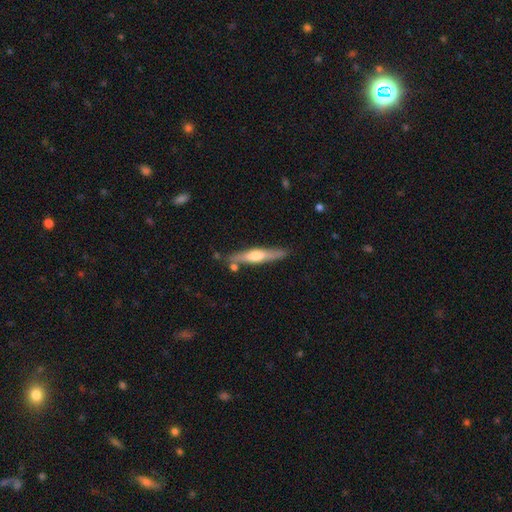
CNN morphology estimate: This appears to be a featured or disk galaxy (61%) viewed edge-on (96%) with a rounded central bulge (86%). Merging: none (80%).